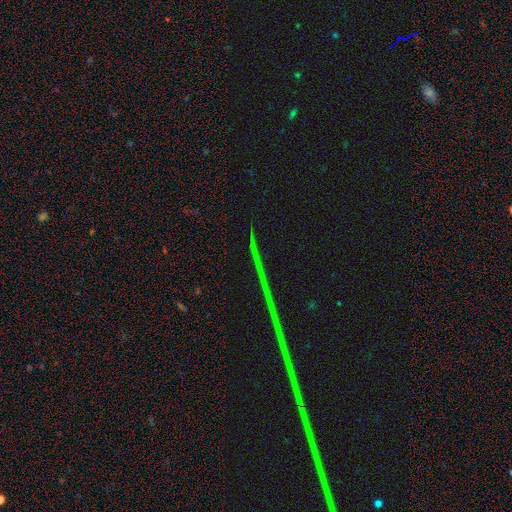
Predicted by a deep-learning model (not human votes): Q: Smooth or featured?
A: star or artifact (88%); runner-up: featured or disk (7%)